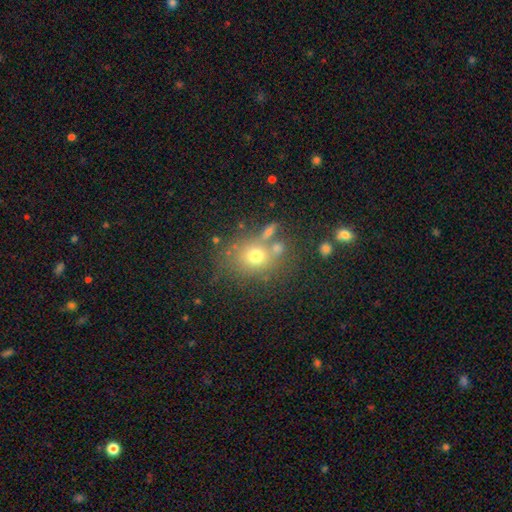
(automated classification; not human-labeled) Morphology: type=smooth (68%); roundness=round (64%); merging=none (64%).